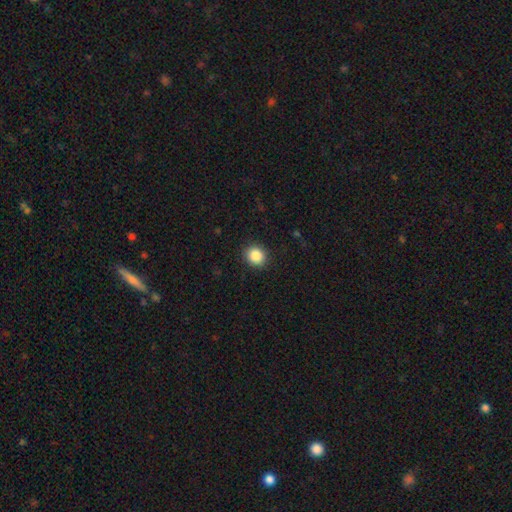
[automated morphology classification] The model was most divided on "how rounded": round: 84%, in between: 15%, cigar-shaped: 1%. More confident: merging — none (91%); smooth or featured — smooth (86%).